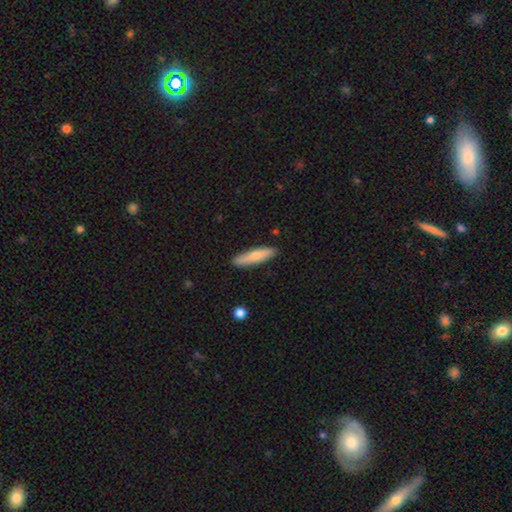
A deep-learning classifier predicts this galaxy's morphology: smooth-or-featured: smooth: 73% | featured or disk: 21% | star or artifact: 5%
  how-rounded: cigar-shaped: 81% | in between: 18% | round: 2%
  merging: none: 88% | minor disturbance: 9% | major disturbance: 2% | merger: 1%